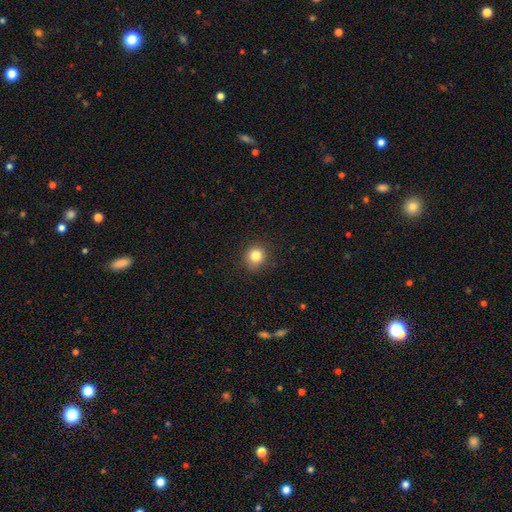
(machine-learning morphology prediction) This is clearly a smooth galaxy (82%). How rounded: clearly round (85%). Merging: clearly none (88%).